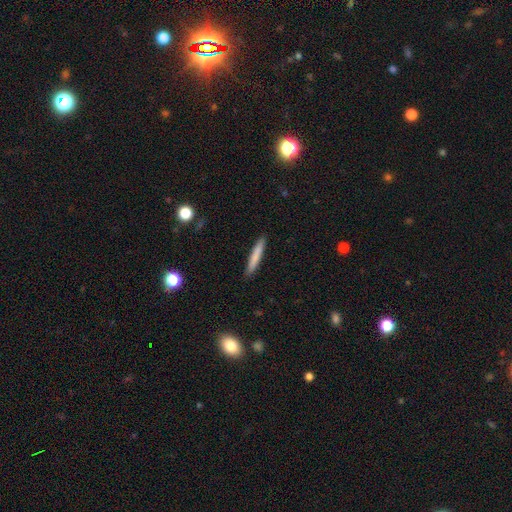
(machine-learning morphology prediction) This appears to be a smooth galaxy with no disk features (78%) that is cigar-shaped (95%). Merging: none (91%).